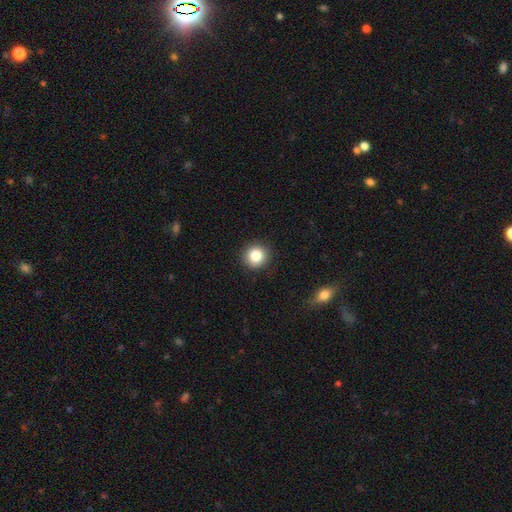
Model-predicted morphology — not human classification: This appears to be a smooth galaxy with no disk features (84%) that is round (92%). Merging: none (91%).